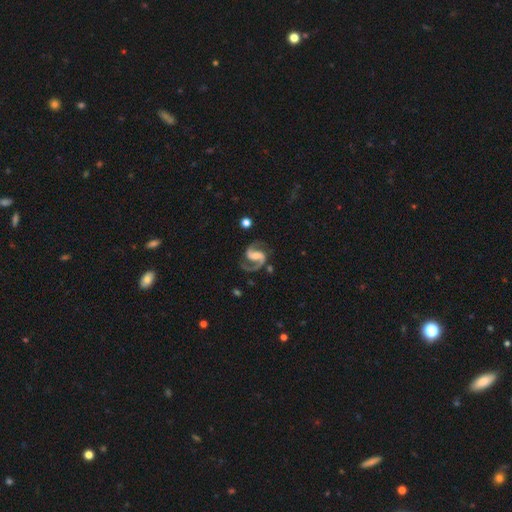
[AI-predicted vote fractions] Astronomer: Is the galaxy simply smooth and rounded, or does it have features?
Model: featured or disk — 93%.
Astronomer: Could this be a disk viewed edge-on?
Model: no — 98%.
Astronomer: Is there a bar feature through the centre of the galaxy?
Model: weak — 44% (runner-up: strong, 33%).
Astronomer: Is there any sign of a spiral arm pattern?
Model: yes — 98%.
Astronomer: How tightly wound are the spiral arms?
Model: medium — 66%.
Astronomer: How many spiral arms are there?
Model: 2 — 94%.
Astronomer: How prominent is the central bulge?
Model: moderate — 37% (runner-up: small, 36%).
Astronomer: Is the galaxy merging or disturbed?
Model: none — 79%.